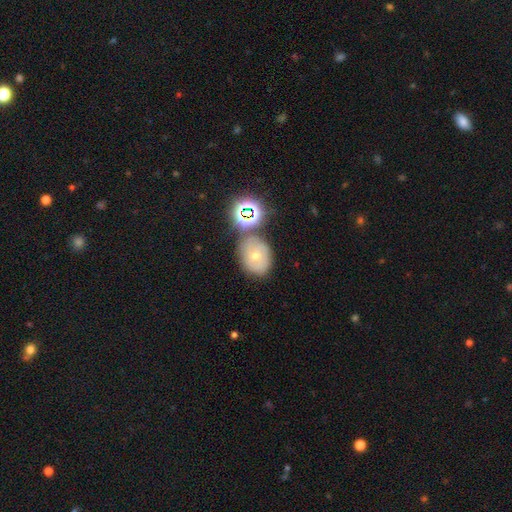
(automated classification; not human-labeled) Smooth or featured?
  - smooth: 43% *
  - featured or disk: 36%
  - star or artifact: 20%
Merging?
  - none: 60% *
  - merger: 18%
  - minor disturbance: 17%
  - major disturbance: 6%